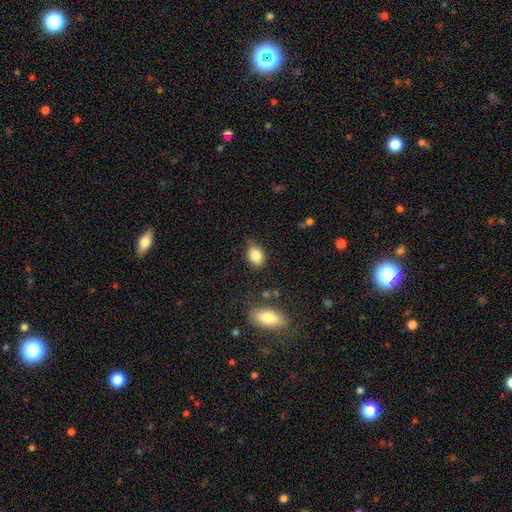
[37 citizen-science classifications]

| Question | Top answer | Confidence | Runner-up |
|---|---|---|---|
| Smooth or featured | smooth | 81% | featured or disk (14%) |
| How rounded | in between | 63% | round (33%) |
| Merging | none | 49% | minor disturbance (43%) |